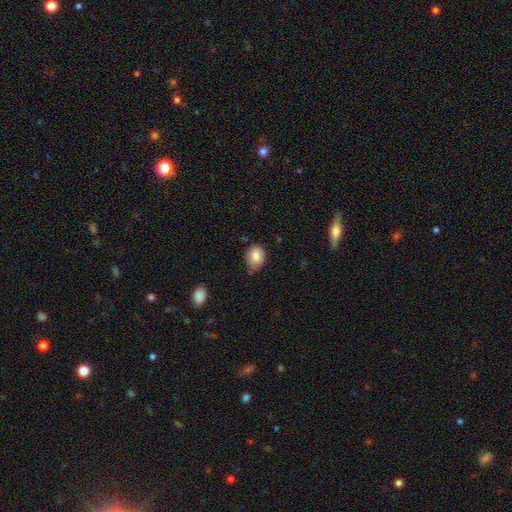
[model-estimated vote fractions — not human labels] Q: Smooth or featured?
A: smooth (80%); runner-up: featured or disk (11%)
Q: How rounded?
A: in between (56%); runner-up: round (43%)
Q: Merging?
A: none (54%); runner-up: minor disturbance (37%)